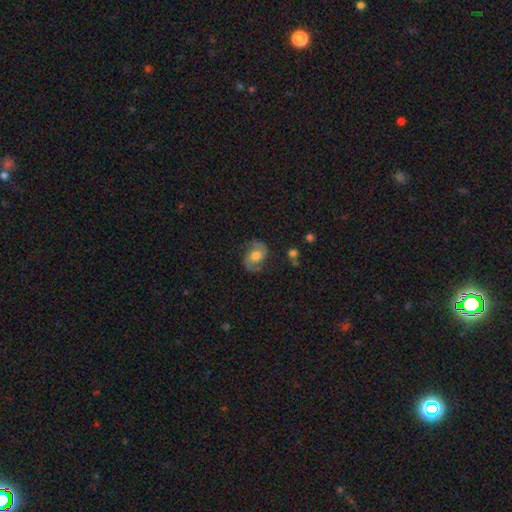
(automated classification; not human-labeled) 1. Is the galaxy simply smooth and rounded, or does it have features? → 69% featured or disk, 23% smooth, 8% star or artifact.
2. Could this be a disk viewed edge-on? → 97% no, 3% yes.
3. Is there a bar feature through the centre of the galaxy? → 64% no, 30% weak, 6% strong.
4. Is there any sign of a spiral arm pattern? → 91% yes, 9% no.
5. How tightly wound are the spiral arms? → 49% medium, 32% loose, 19% tight.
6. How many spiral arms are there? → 91% 2, 4% can't tell, 2% 1, 1% 3, 1% 4, 1% more than 4.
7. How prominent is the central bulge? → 62% moderate, 24% large, 10% small, 2% none, 2% dominant.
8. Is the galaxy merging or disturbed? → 76% none, 16% minor disturbance, 7% major disturbance, 2% merger.